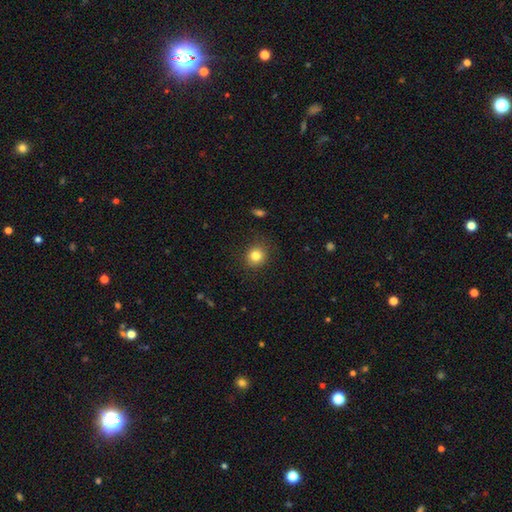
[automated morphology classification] Overall: smooth (82%). How rounded: round (85%). Merging: none (87%).